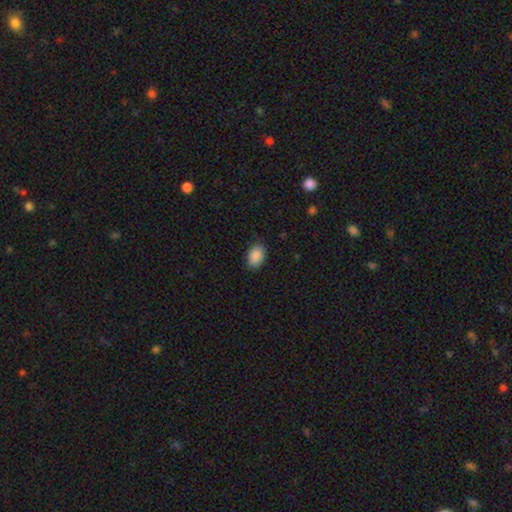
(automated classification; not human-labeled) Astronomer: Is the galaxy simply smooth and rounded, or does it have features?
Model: smooth — 90%.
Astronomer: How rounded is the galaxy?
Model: in between — 87%.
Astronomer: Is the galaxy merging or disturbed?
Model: none — 85%.